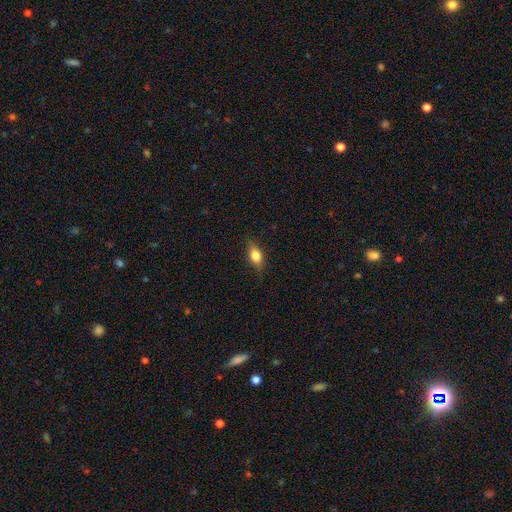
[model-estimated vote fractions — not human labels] smooth 66%, featured or disk 25%, star or artifact 9%. Down the decision tree: how rounded — in between (72%); merging — none (79%).